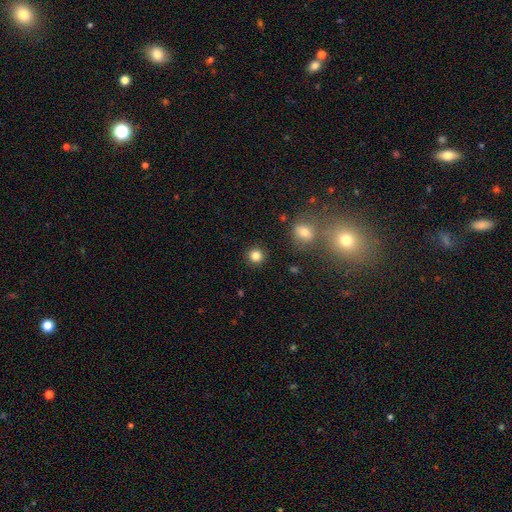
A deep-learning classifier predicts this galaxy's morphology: This is clearly a smooth galaxy (83%). How rounded: clearly round (92%). Merging: clearly none (90%).